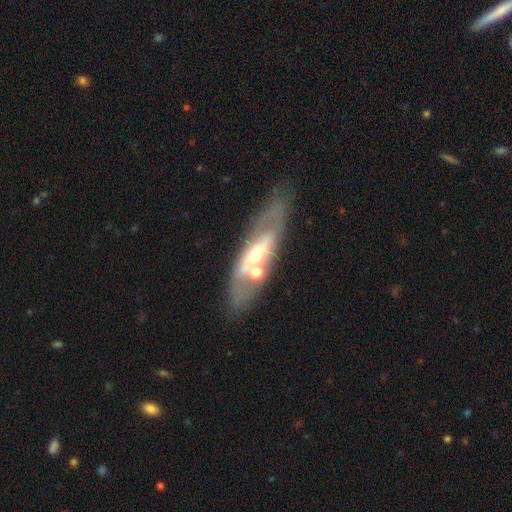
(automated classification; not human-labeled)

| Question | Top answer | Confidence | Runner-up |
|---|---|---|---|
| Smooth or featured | featured or disk | 68% | smooth (25%) |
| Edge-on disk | no | 76% | yes (24%) |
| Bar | no | 60% | weak (22%) |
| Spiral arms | no | 68% | yes (32%) |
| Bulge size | moderate | 63% | small (26%) |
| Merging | none | 61% | minor disturbance (17%) |